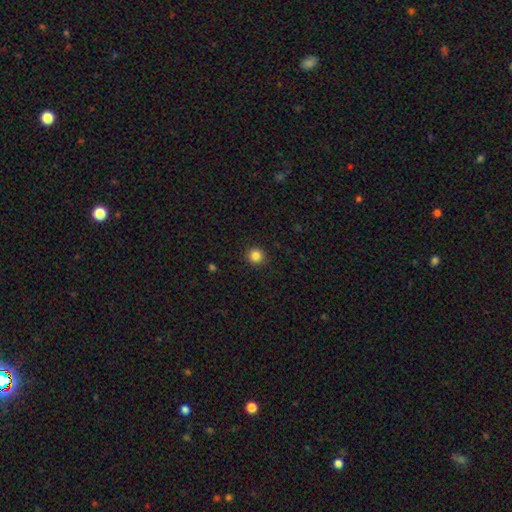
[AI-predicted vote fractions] Overall: smooth (85%). How rounded: round (93%). Merging: none (92%).